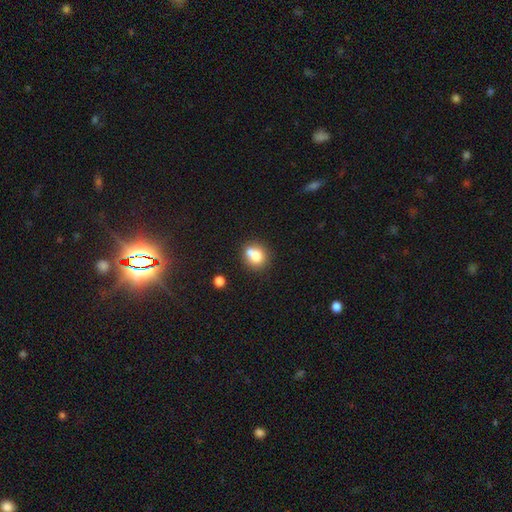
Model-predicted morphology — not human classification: A smooth galaxy with no disk features (74%) that is round (76%).

Vote fractions:
- Smooth or featured? smooth: 74% / featured or disk: 15% / star or artifact: 11%
- How rounded? round: 76% / in between: 23% / cigar-shaped: 1%
- Merging? none: 47% / merger: 38% / minor disturbance: 11% / major disturbance: 4%